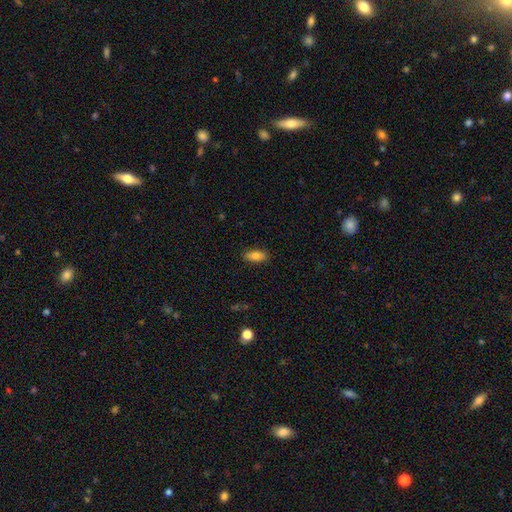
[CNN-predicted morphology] Smooth or featured?
  - smooth: 81% *
  - featured or disk: 12%
  - star or artifact: 7%
How rounded?
  - in between: 85% *
  - cigar-shaped: 12%
  - round: 3%
Merging?
  - none: 88% *
  - minor disturbance: 9%
  - major disturbance: 2%
  - merger: 1%